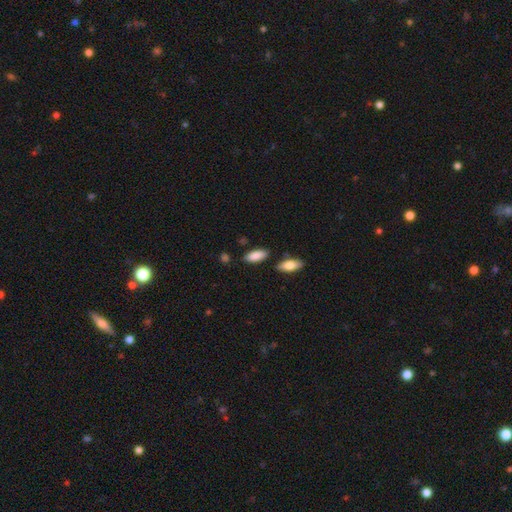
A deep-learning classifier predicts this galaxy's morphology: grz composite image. It shows a smooth galaxy with no disk features (88%) that is in between round and cigar-shaped (83%). Merging: none (80%).